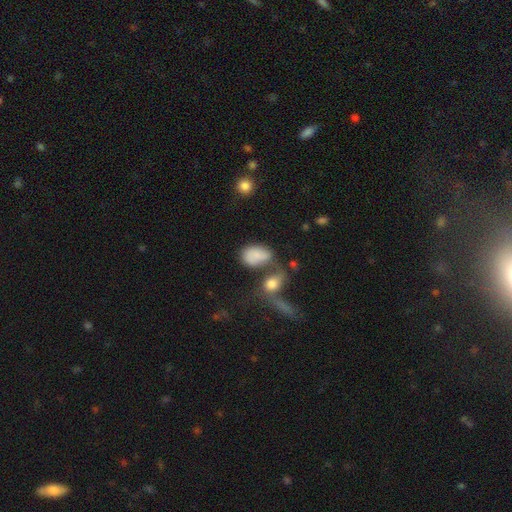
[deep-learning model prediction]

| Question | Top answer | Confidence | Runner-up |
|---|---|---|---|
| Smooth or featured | smooth | 76% | featured or disk (14%) |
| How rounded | in between | 84% | round (14%) |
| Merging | merger | 36% | none (30%) |